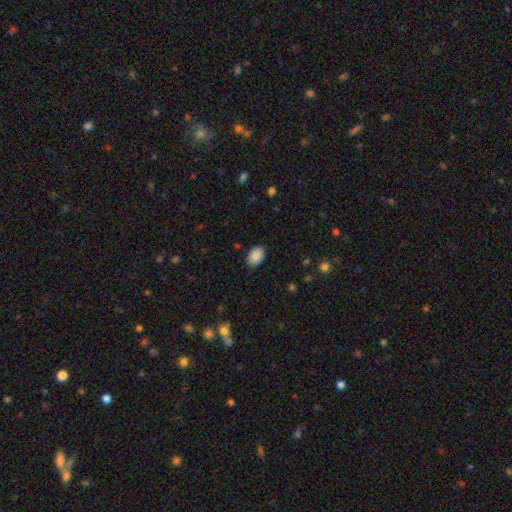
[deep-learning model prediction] Smooth or featured? Predicted: smooth (p=0.90). How rounded? Predicted: in between (p=0.88). Merging? Predicted: none (p=0.87).